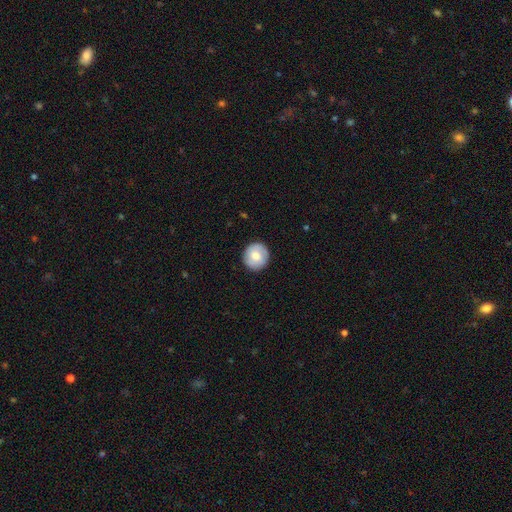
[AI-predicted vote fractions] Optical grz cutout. It shows a smooth galaxy with no disk features (68%) that is round (92%). Merging: none (89%).